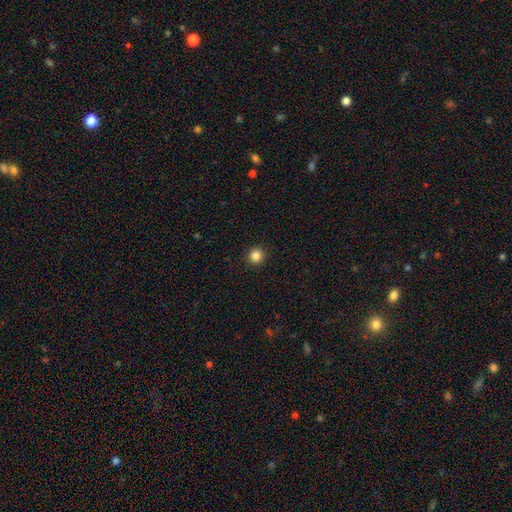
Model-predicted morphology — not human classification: smooth-or-featured: smooth: 84% | star or artifact: 12% | featured or disk: 4%
  how-rounded: round: 95% | in between: 4% | cigar-shaped: 1%
  merging: none: 93% | minor disturbance: 4% | major disturbance: 2% | merger: 1%